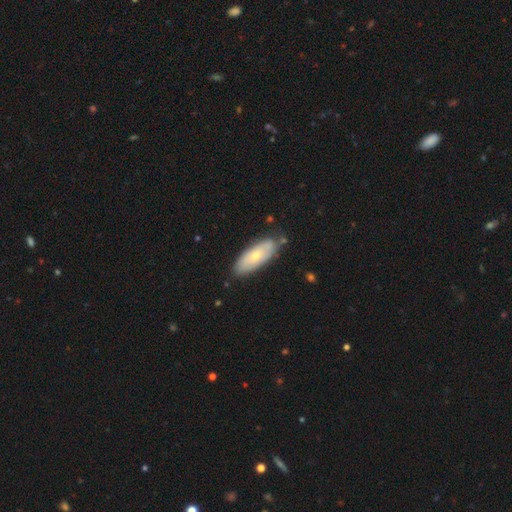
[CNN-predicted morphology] smooth_or_featured: smooth (p=0.57) [alt: featured or disk p=0.37]
how_rounded: in between (p=0.75) [alt: cigar-shaped p=0.23]
merging: none (p=0.75) [alt: minor disturbance p=0.18]